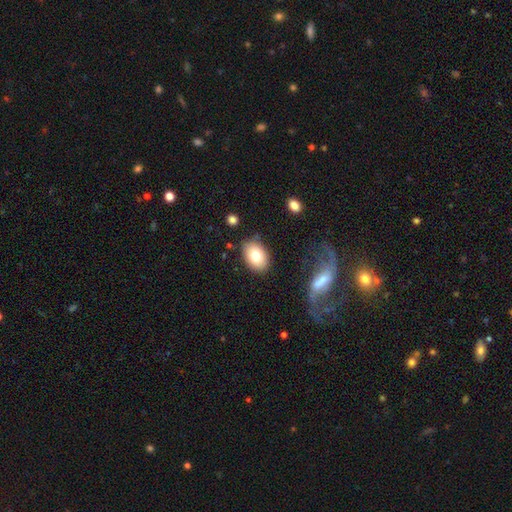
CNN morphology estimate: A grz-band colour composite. It shows a smooth galaxy with no disk features (79%) that is in between round and cigar-shaped (78%). Merging: none (82%).